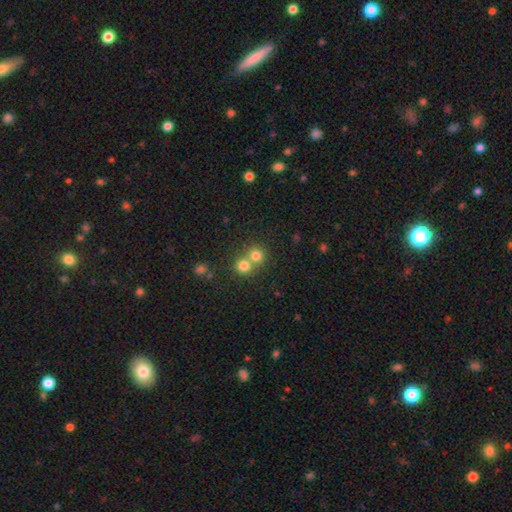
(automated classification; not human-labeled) smooth_or_featured: smooth (p=0.78) [alt: star or artifact p=0.13]
how_rounded: round (p=0.88) [alt: in between p=0.11]
merging: merger (p=0.49) [alt: none p=0.45]